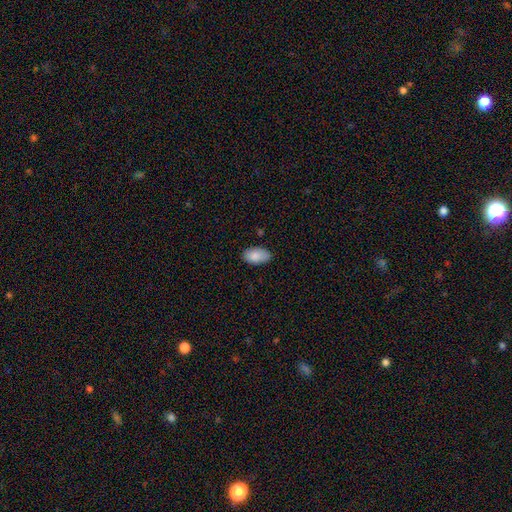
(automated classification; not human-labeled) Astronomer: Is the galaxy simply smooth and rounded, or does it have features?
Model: smooth — 87%.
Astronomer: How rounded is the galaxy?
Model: in between — 94%.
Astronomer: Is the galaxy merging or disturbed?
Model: none — 80%.